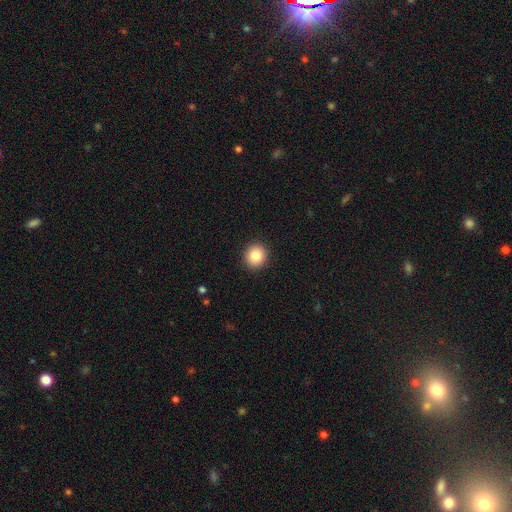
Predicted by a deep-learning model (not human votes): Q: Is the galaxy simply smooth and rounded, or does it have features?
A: smooth — 85%.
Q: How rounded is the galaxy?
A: round — 87%.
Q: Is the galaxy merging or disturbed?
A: none — 92%.